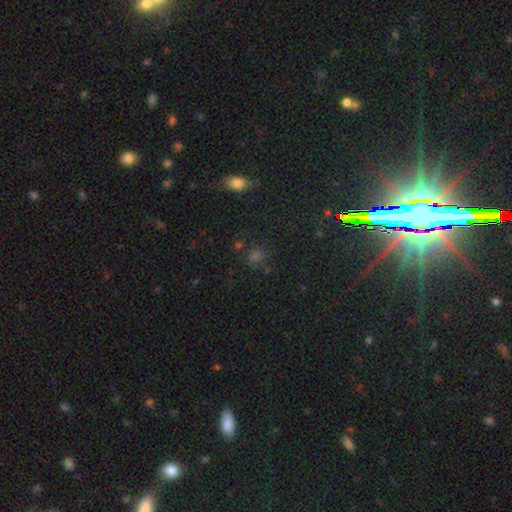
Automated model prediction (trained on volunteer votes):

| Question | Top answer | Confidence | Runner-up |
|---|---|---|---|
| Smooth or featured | star or artifact | 47% | smooth (46%) |